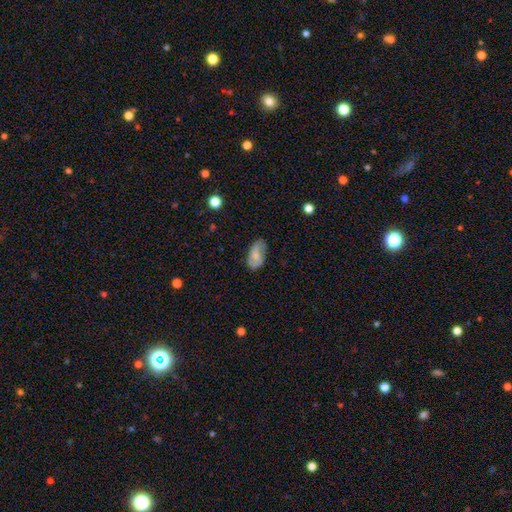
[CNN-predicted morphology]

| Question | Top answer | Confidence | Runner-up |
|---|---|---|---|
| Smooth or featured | smooth | 69% | featured or disk (23%) |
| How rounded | in between | 93% | round (4%) |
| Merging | none | 66% | minor disturbance (26%) |